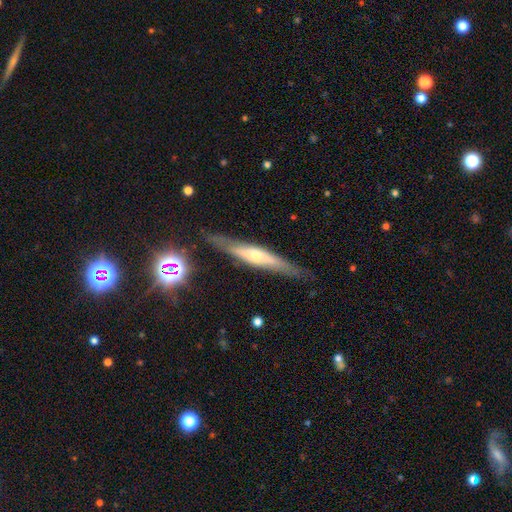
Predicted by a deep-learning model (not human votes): This is likely a featured or disk galaxy (63%). It is clearly viewed edge-on (90%). Edge-on bulge: likely rounded (75%). Merging: clearly none (84%).